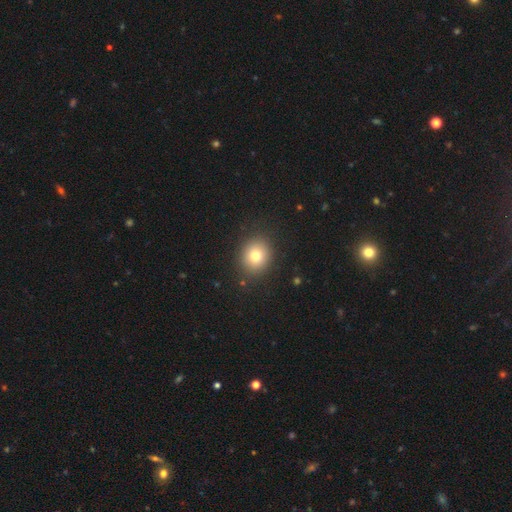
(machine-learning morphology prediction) smooth_or_featured: smooth (p=0.78) [alt: star or artifact p=0.12]
how_rounded: round (p=0.71) [alt: in between p=0.28]
merging: none (p=0.88) [alt: minor disturbance p=0.08]